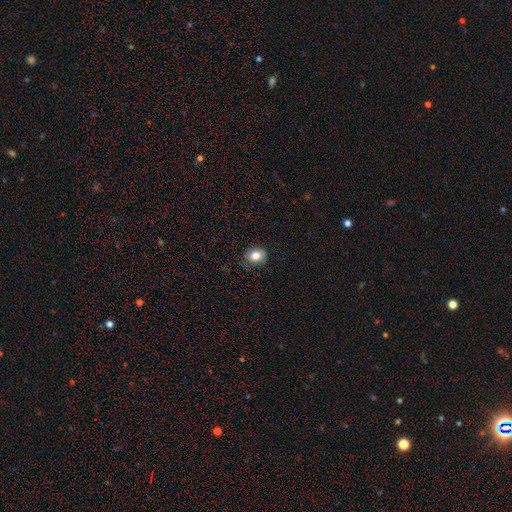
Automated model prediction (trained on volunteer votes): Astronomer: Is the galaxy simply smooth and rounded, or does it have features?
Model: smooth — 80%.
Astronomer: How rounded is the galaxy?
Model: round — 59% (runner-up: in between, 40%).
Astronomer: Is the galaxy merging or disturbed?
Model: none — 77%.